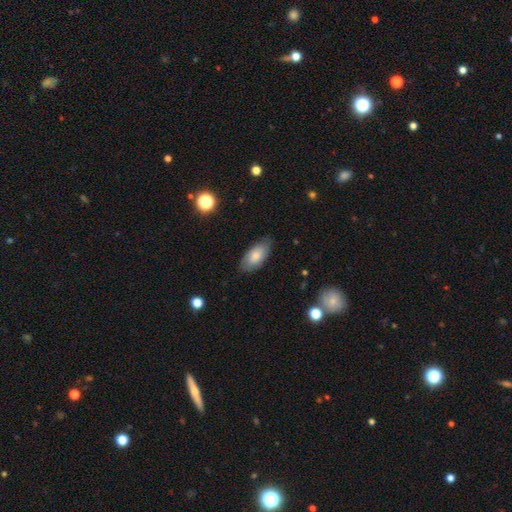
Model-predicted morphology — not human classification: A smooth galaxy with no disk features (79%) that is in between round and cigar-shaped (91%).

Vote fractions:
- Smooth or featured? smooth: 79% / featured or disk: 15% / star or artifact: 7%
- How rounded? in between: 91% / cigar-shaped: 6% / round: 3%
- Merging? none: 81% / minor disturbance: 15% / major disturbance: 3% / merger: 1%